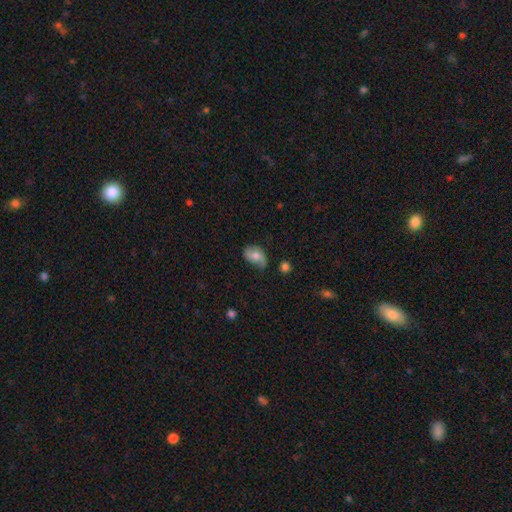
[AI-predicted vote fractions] Morphology: type=smooth (49%); merging=none (57%).